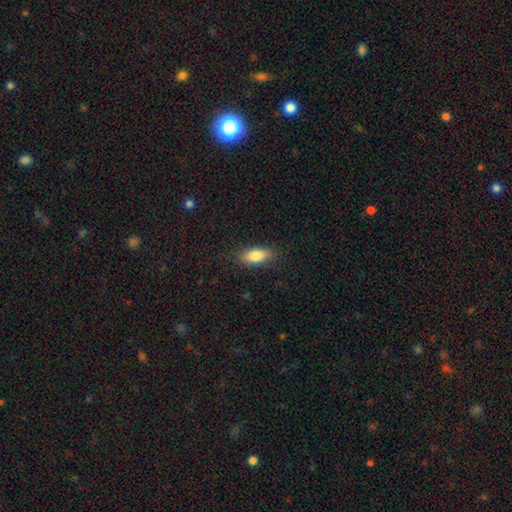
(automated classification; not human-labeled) smooth 83%, featured or disk 11%, star or artifact 7%. Down the decision tree: how rounded — in between (79%); merging — none (84%).